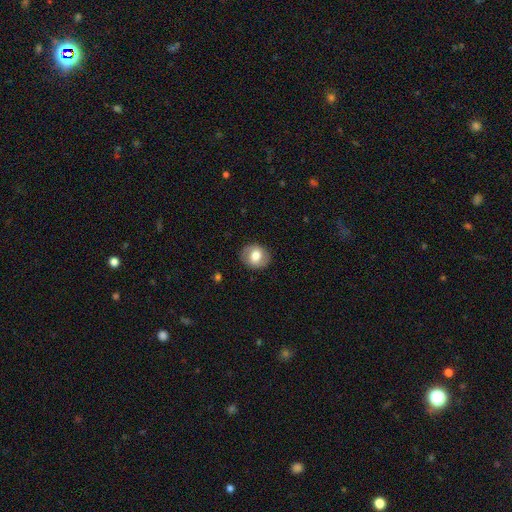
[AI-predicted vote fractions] Smooth or featured? Predicted: smooth (p=0.69). How rounded? Predicted: round (p=0.69). Merging? Predicted: none (p=0.87).